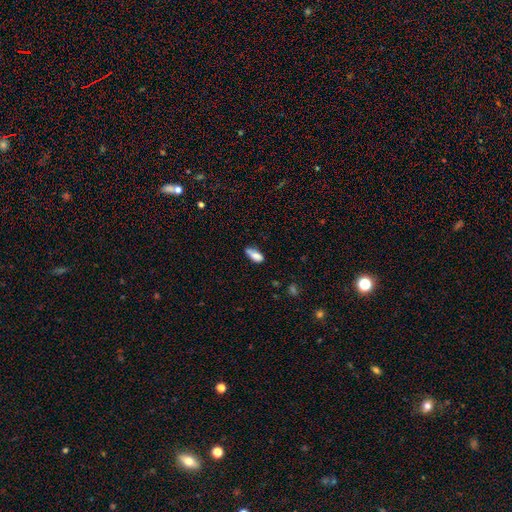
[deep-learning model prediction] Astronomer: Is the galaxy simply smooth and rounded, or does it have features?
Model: smooth — 79%.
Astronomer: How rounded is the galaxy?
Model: in between — 78%.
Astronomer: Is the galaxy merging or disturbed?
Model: none — 53% (runner-up: minor disturbance, 31%).